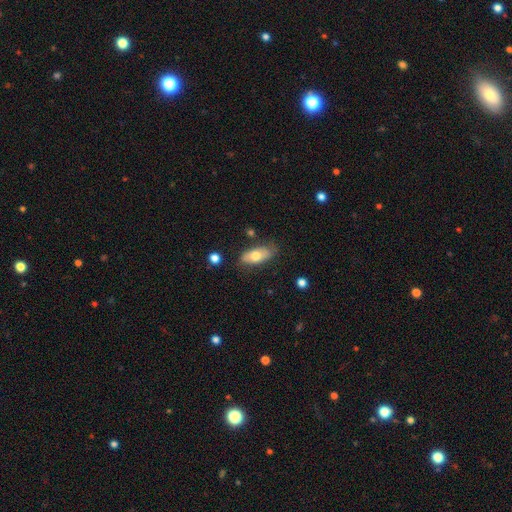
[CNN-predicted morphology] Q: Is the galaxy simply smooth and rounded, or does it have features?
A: smooth — 67%.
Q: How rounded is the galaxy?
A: in between — 86%.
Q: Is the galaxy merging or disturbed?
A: none — 76%.